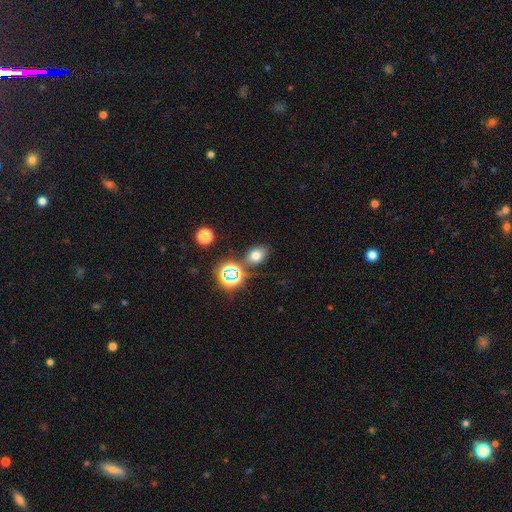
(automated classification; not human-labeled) smooth 67%, star or artifact 23%, featured or disk 9%. Down the decision tree: how rounded — in between (62%); merging — none (74%).